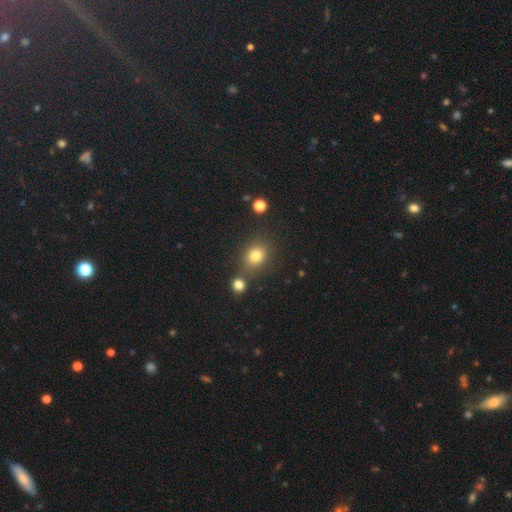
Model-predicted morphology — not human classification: Smooth or featured? smooth (79%)
How rounded? round (62%)
Merging? none (75%)